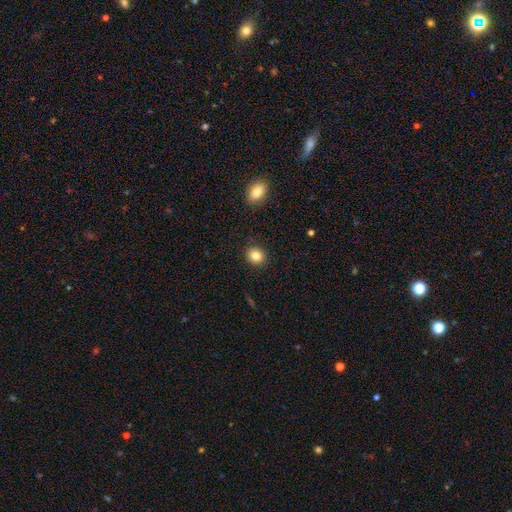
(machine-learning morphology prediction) type=smooth (84%); roundness=round (81%); merging=none (91%).